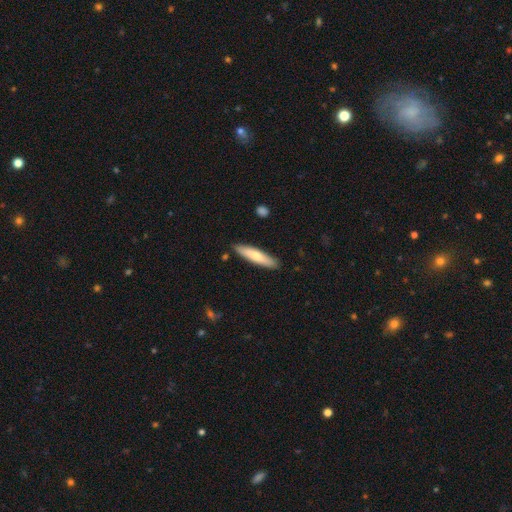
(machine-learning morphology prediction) smooth 69%, featured or disk 26%, star or artifact 5%. Down the decision tree: how rounded — cigar-shaped (82%); merging — none (88%).